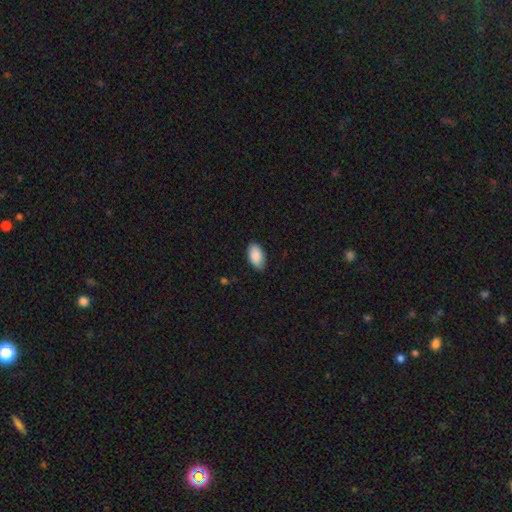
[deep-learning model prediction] smooth 89%, star or artifact 6%, featured or disk 5%. Down the decision tree: how rounded — in between (95%); merging — none (85%).